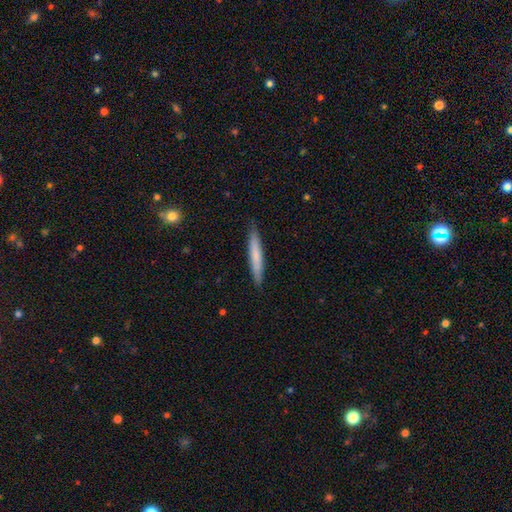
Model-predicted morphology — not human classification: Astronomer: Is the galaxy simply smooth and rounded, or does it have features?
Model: smooth — 69%.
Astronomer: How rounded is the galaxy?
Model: cigar-shaped — 95%.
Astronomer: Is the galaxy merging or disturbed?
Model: none — 88%.